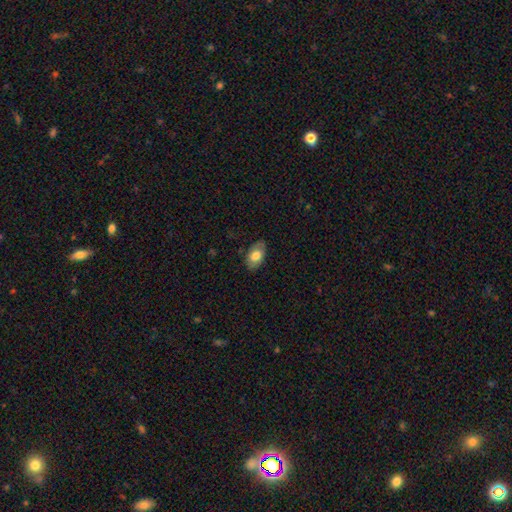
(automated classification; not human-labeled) Smooth or featured? Predicted: smooth (p=0.73). How rounded? Predicted: in between (p=0.93). Merging? Predicted: none (p=0.81).